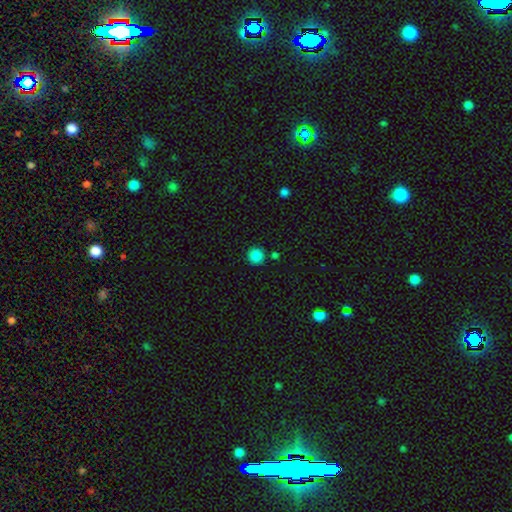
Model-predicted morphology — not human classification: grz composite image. It shows a smooth galaxy with no disk features (87%) that is round (95%). Merging: none (86%).